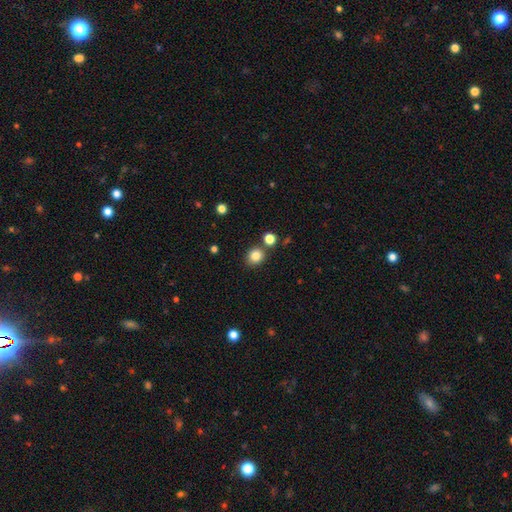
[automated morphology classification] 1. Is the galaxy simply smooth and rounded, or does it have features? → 83% smooth, 11% star or artifact, 5% featured or disk.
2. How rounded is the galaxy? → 78% round, 21% in between, 1% cigar-shaped.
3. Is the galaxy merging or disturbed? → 80% none, 9% merger, 9% minor disturbance, 3% major disturbance.